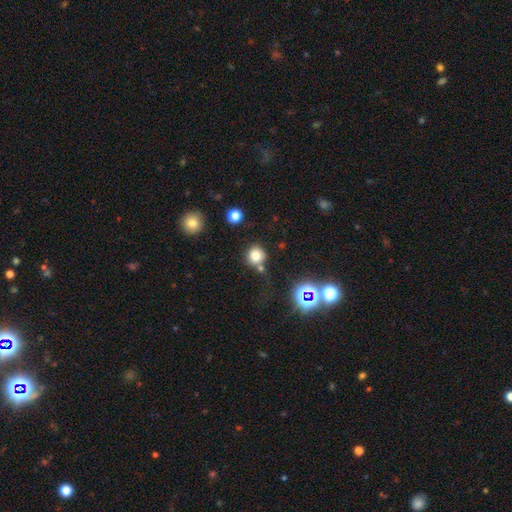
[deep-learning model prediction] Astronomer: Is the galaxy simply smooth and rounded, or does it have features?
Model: smooth — 76%.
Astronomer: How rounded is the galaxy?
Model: round — 91%.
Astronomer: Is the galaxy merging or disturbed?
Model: none — 69%.